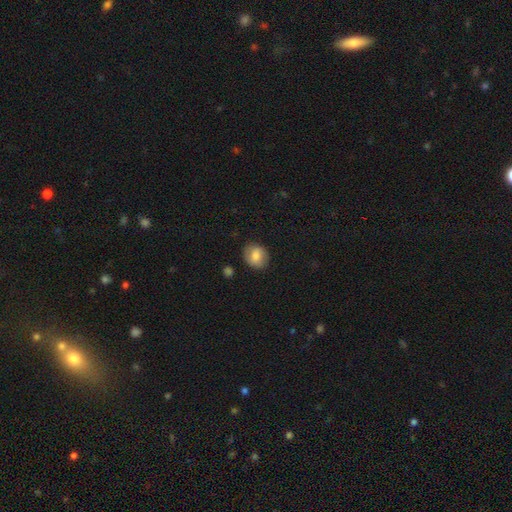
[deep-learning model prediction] Smooth or featured? Predicted: smooth (p=0.72). How rounded? Predicted: round (p=0.61). Merging? Predicted: none (p=0.81).